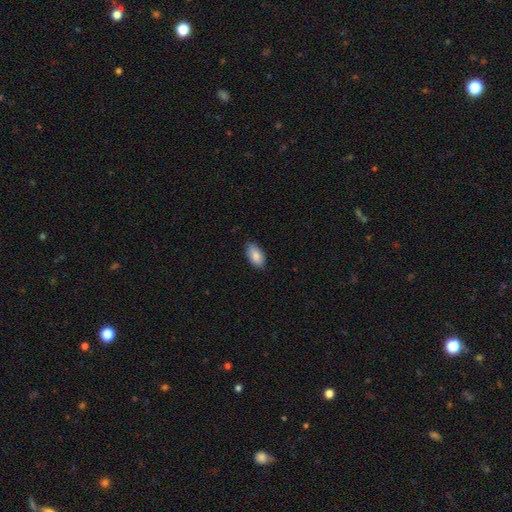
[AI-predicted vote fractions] This is clearly a smooth galaxy (85%). How rounded: clearly in between (94%). Merging: clearly none (82%).